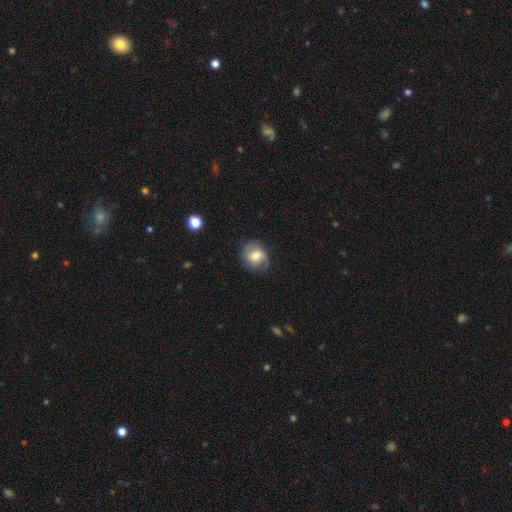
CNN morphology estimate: This appears to be a smooth galaxy with no disk features (53%) that is round (61%). Merging: none (65%).